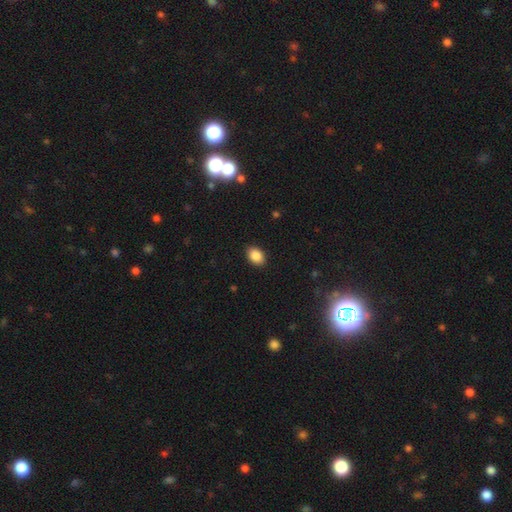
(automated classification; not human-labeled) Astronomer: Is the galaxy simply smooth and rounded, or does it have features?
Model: smooth — 88%.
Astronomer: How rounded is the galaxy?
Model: in between — 82%.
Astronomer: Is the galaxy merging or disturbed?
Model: none — 89%.